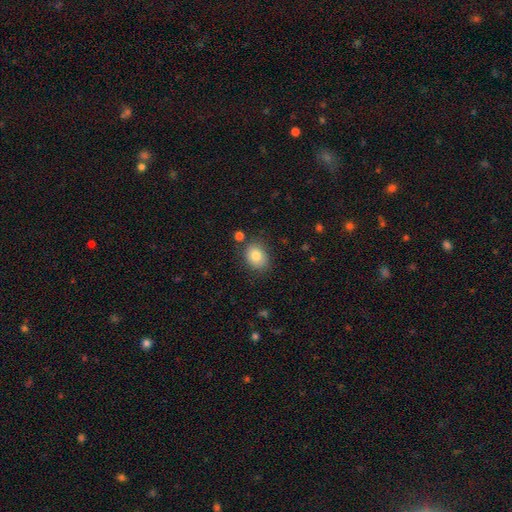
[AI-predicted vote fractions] smooth_or_featured: smooth (p=0.82) [alt: featured or disk p=0.09]
how_rounded: in between (p=0.58) [alt: round p=0.41]
merging: none (p=0.78) [alt: minor disturbance p=0.15]